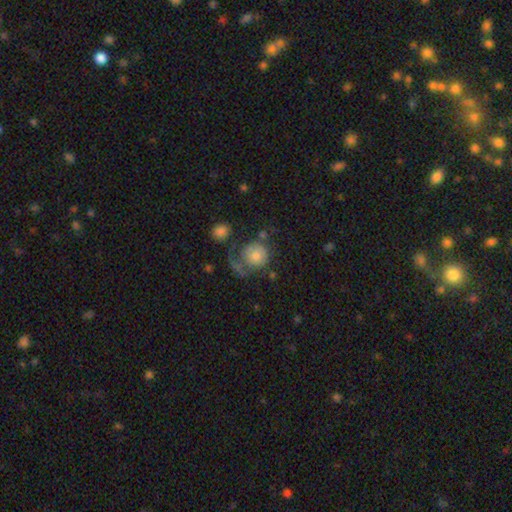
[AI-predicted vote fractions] The model was most divided on "merging": none: 39%, major disturbance: 31%, minor disturbance: 19%, merger: 11%. More confident: how rounded — round (81%); smooth or featured — smooth (56%).